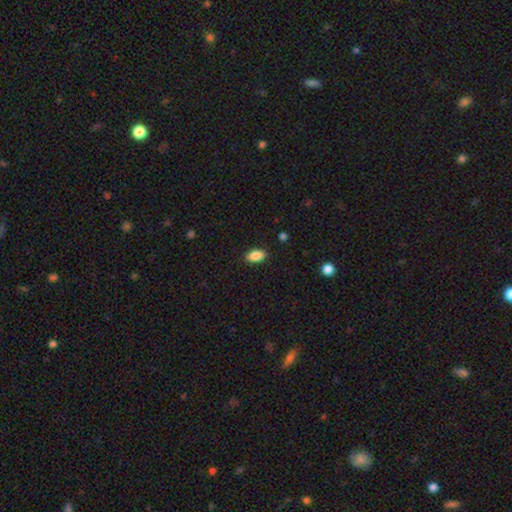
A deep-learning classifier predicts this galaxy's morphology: Smooth or featured? Predicted: smooth (p=0.87). How rounded? Predicted: in between (p=0.91). Merging? Predicted: none (p=0.88).